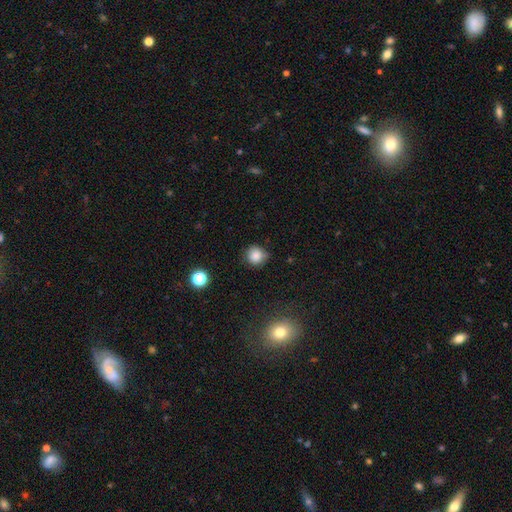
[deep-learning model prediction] Smooth or featured?
  - smooth: 83% *
  - star or artifact: 11%
  - featured or disk: 5%
How rounded?
  - round: 90% *
  - in between: 9%
  - cigar-shaped: 1%
Merging?
  - none: 74% *
  - minor disturbance: 19%
  - major disturbance: 4%
  - merger: 2%